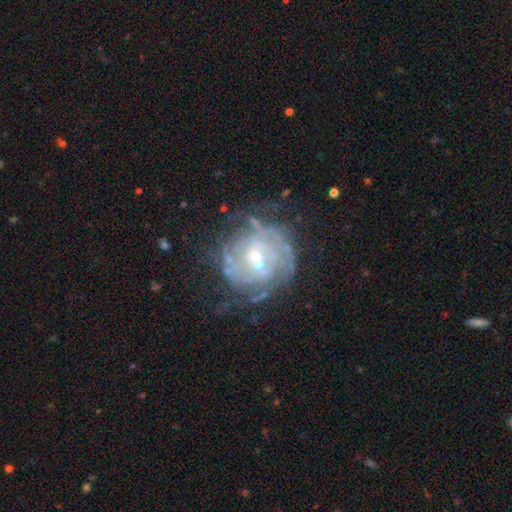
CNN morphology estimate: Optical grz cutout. It shows a featured or disk galaxy (78%) with no bar (51%), tight (59%) spiral arms (77%) and a small central bulge (61%). Merging: none (59%).